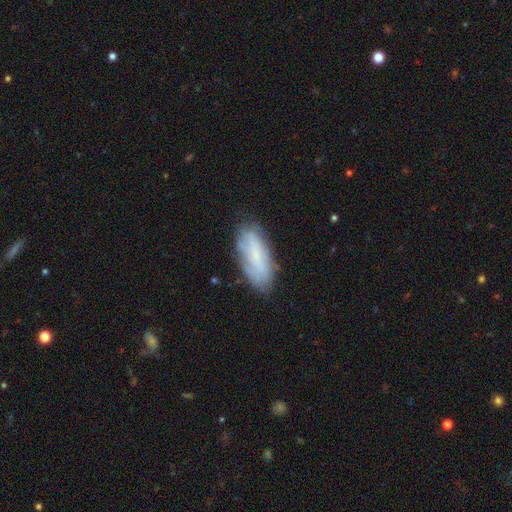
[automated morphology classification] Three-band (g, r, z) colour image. It shows a smooth galaxy with no disk features (61%) that is in between round and cigar-shaped (74%). Merging: none (73%).